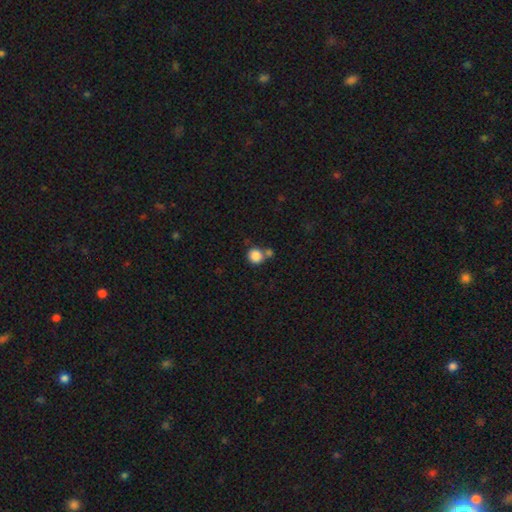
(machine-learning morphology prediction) Q: Smooth or featured?
A: smooth (86%); runner-up: star or artifact (10%)
Q: How rounded?
A: round (90%); runner-up: in between (9%)
Q: Merging?
A: none (58%); runner-up: merger (28%)